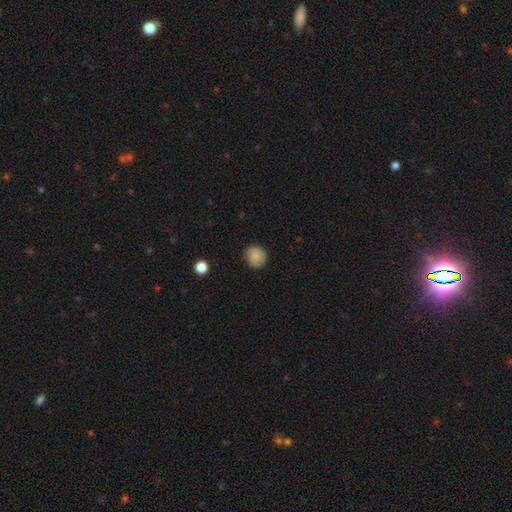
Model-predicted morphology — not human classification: smooth 85%, star or artifact 9%, featured or disk 6%. Down the decision tree: how rounded — round (86%); merging — none (84%).